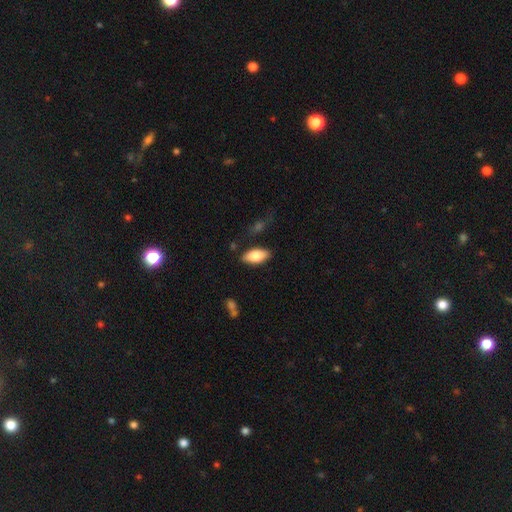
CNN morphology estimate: A smooth galaxy with no disk features (79%) that is in between round and cigar-shaped (88%). Merging: none (82%).